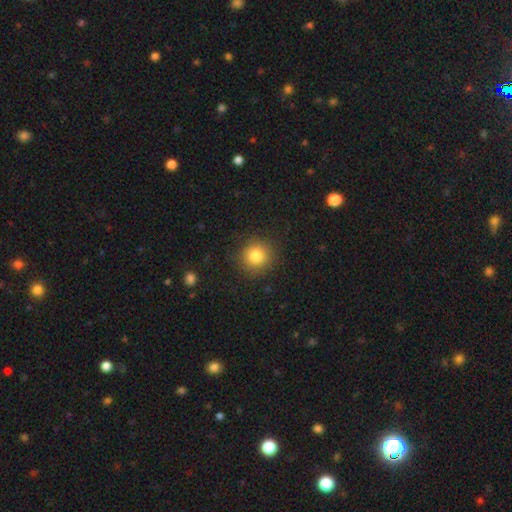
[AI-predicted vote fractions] Q: Smooth or featured?
A: smooth (83%); runner-up: star or artifact (11%)
Q: How rounded?
A: round (92%); runner-up: in between (7%)
Q: Merging?
A: none (88%); runner-up: minor disturbance (8%)